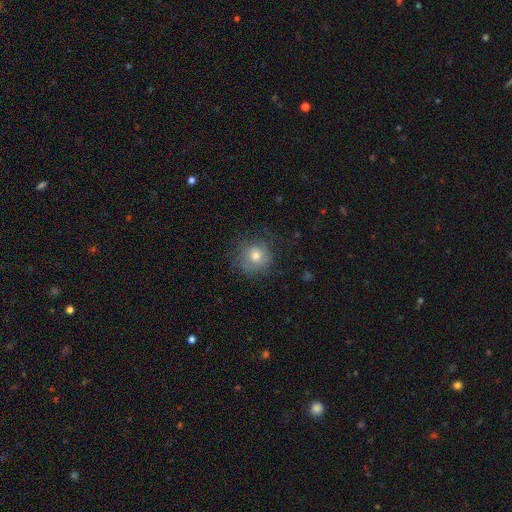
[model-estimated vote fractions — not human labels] Overall: smooth (67%). How rounded: round (90%). Merging: none (72%).